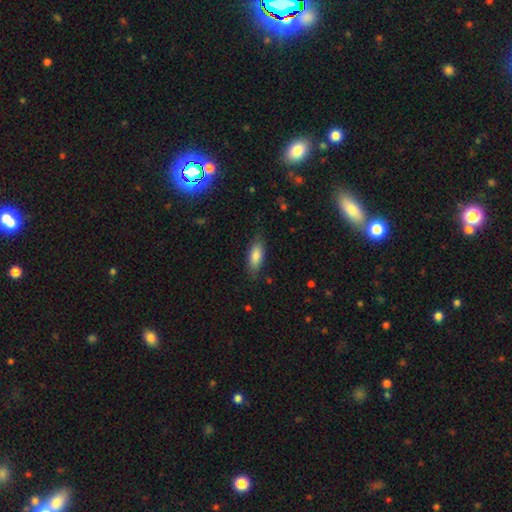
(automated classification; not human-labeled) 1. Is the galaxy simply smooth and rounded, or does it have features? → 85% smooth, 9% featured or disk, 6% star or artifact.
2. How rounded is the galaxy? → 76% in between, 22% cigar-shaped, 2% round.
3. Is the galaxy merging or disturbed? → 79% none, 16% minor disturbance, 4% major disturbance, 1% merger.